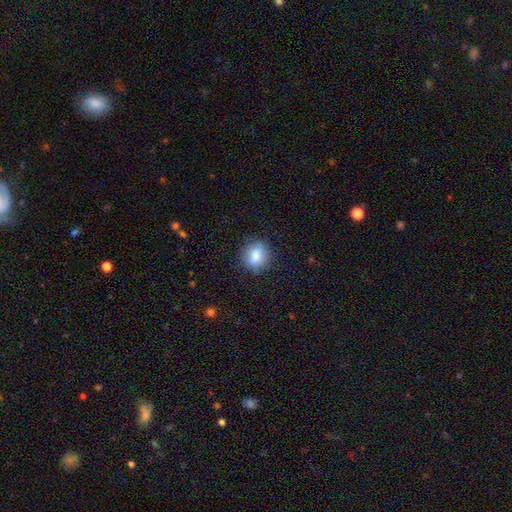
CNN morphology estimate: type=smooth (81%); roundness=round (80%); merging=none (83%).